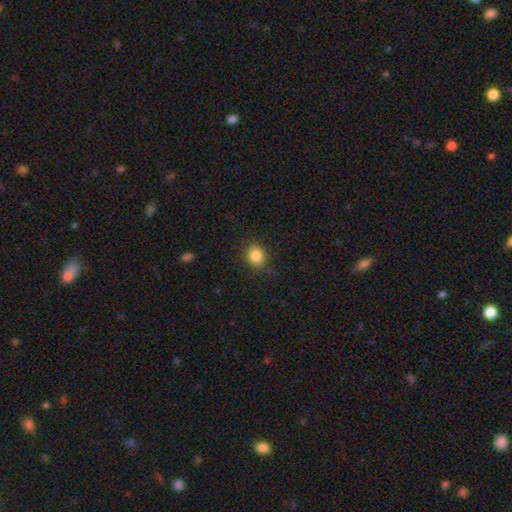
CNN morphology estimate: This is clearly a smooth galaxy (85%). How rounded: likely round (61%). Merging: clearly none (84%).